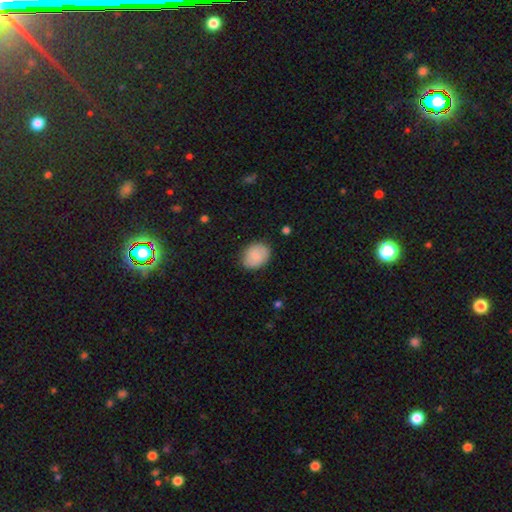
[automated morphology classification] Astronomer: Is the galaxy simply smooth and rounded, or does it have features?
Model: smooth — 79%.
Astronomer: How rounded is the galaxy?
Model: in between — 55% (runner-up: round, 44%).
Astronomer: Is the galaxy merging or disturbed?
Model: none — 83%.